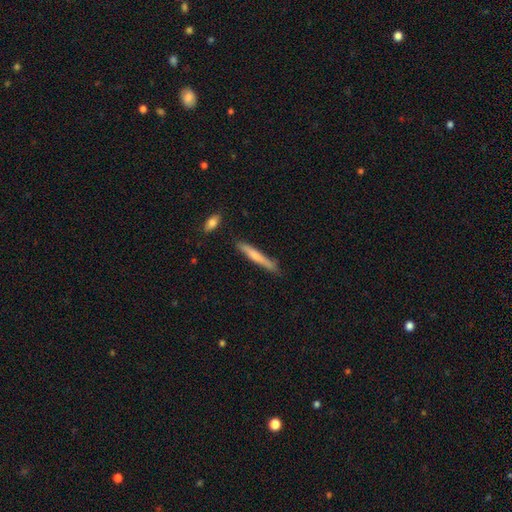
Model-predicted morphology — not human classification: smooth-or-featured: smooth: 63% | featured or disk: 32% | star or artifact: 6%
  how-rounded: cigar-shaped: 95% | in between: 4% | round: 1%
  merging: none: 82% | minor disturbance: 14% | merger: 2% | major disturbance: 2%